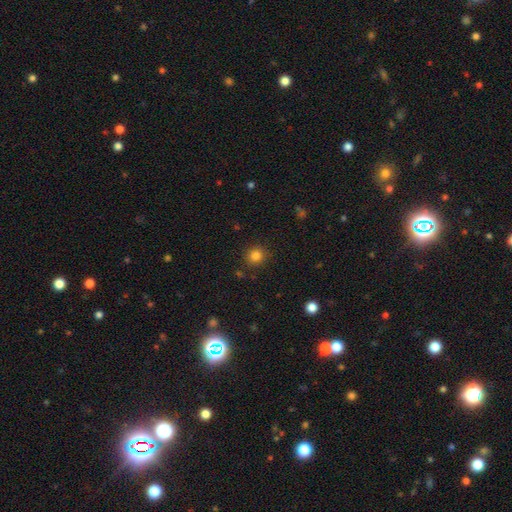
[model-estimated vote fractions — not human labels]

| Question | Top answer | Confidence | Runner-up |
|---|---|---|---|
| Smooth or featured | smooth | 82% | star or artifact (13%) |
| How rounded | round | 90% | in between (10%) |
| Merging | none | 89% | minor disturbance (7%) |